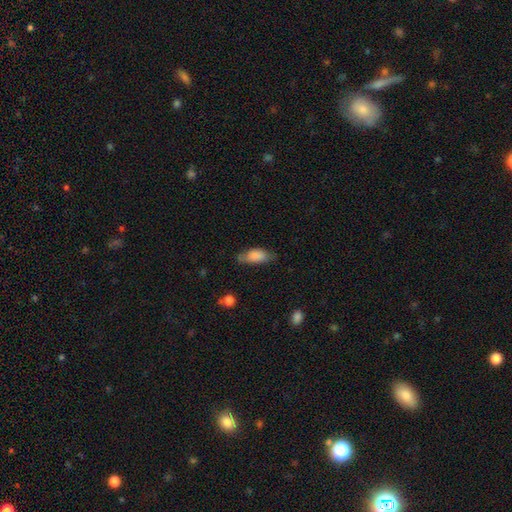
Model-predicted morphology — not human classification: Smooth or featured? Predicted: smooth (p=0.82). How rounded? Predicted: in between (p=0.85). Merging? Predicted: none (p=0.58).